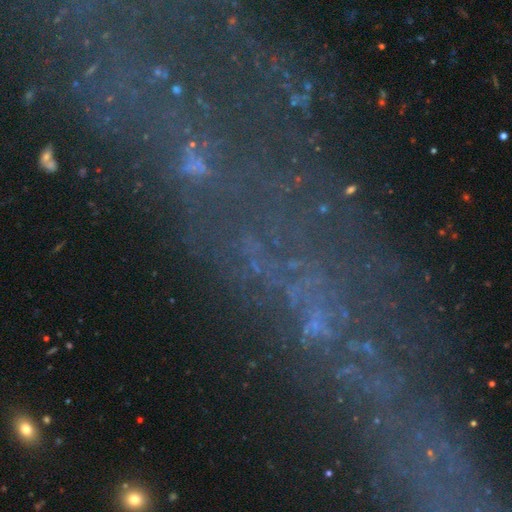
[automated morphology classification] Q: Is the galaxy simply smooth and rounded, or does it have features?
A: star or artifact — 54%.